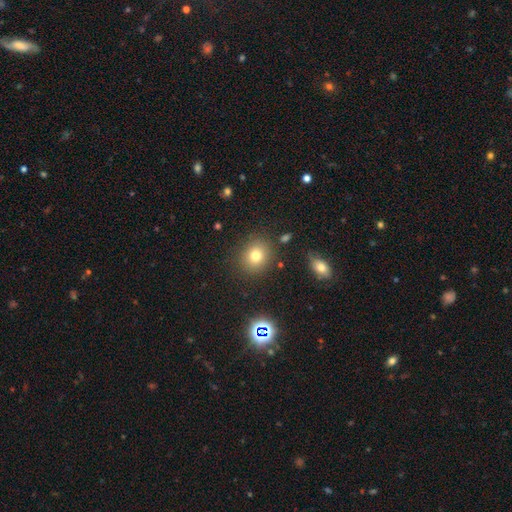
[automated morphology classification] A smooth galaxy with no disk features (76%) that is round (76%).

Vote fractions:
- Smooth or featured? smooth: 76% / star or artifact: 15% / featured or disk: 10%
- How rounded? round: 76% / in between: 23% / cigar-shaped: 1%
- Merging? none: 85% / minor disturbance: 9% / major disturbance: 3% / merger: 3%